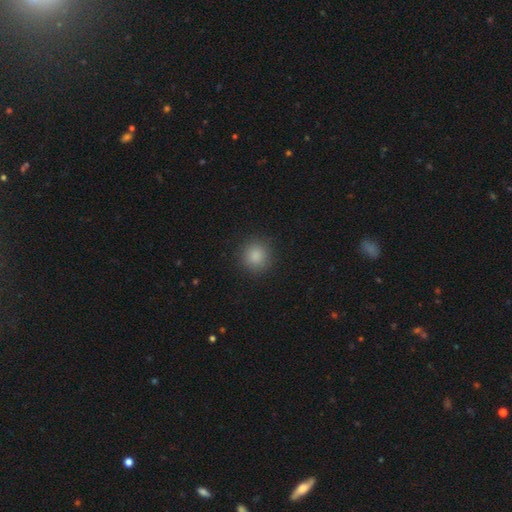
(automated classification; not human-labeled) Overall: smooth (86%). How rounded: round (91%). Merging: none (90%).